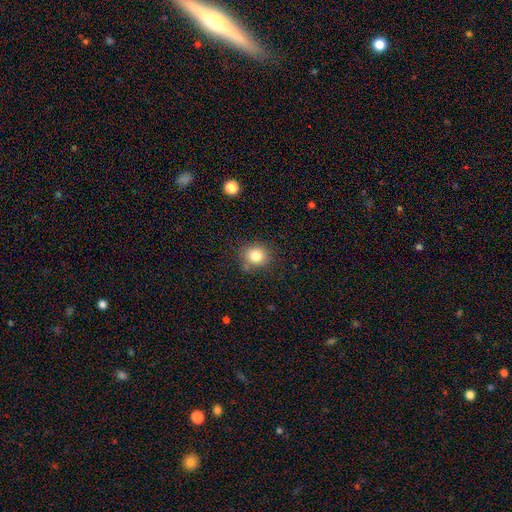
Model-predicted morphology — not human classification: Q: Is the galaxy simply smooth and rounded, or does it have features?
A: smooth — 82%.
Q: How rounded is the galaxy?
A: round — 80%.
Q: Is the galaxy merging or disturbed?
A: none — 79%.